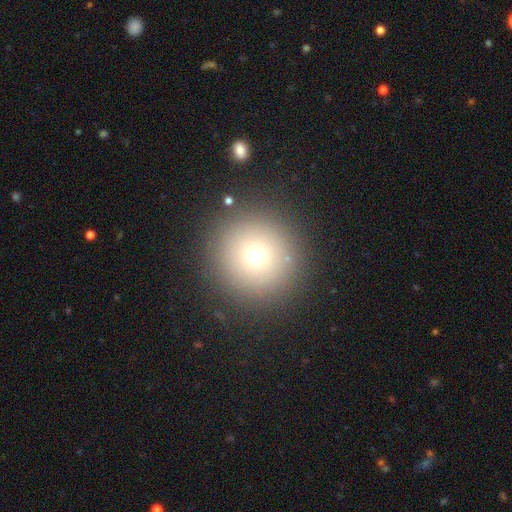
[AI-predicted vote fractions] Smooth or featured?
  - smooth: 70% *
  - star or artifact: 18%
  - featured or disk: 12%
How rounded?
  - round: 96% *
  - in between: 3%
  - cigar-shaped: 1%
Merging?
  - none: 90% *
  - minor disturbance: 6%
  - major disturbance: 3%
  - merger: 2%